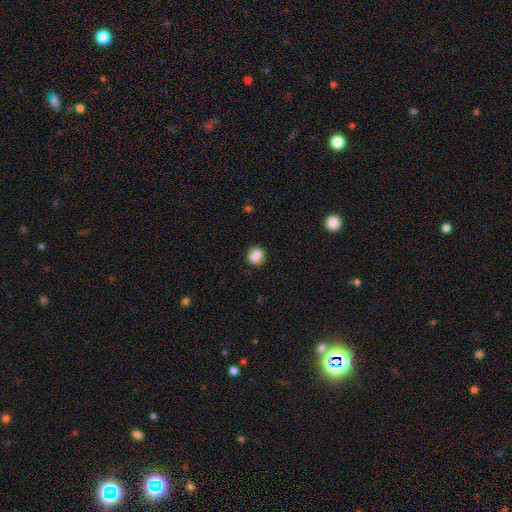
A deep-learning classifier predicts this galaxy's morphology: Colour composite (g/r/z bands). It shows a smooth galaxy with no disk features (81%) that is round (68%). Merging: none (82%).